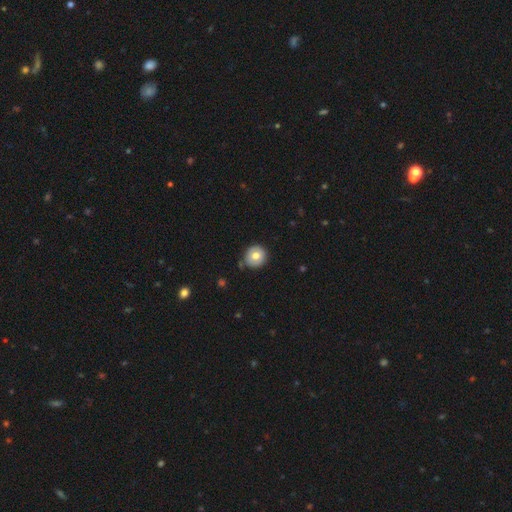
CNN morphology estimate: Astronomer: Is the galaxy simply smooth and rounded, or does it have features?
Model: smooth — 73%.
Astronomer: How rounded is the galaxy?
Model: round — 91%.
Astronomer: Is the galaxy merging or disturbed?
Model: none — 83%.